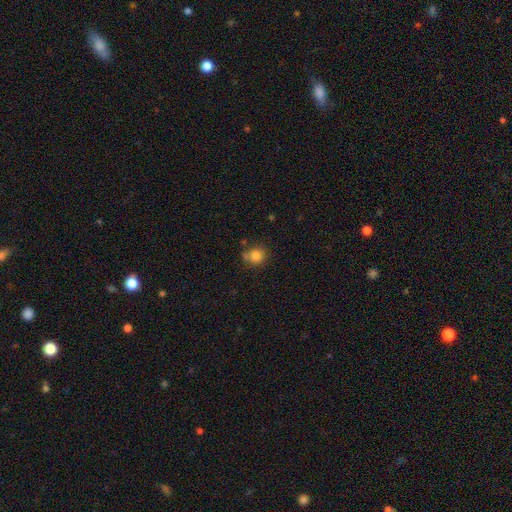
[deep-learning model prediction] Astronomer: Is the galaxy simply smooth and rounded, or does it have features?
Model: smooth — 82%.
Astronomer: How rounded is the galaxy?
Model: round — 87%.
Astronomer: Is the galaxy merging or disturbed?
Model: none — 67%.